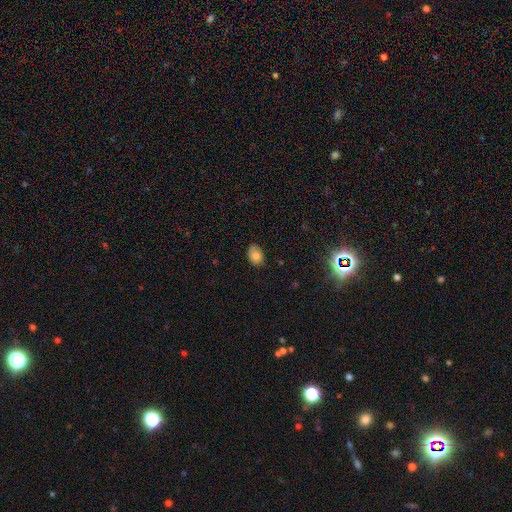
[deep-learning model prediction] Morphology: type=smooth (78%); roundness=in between (81%); merging=none (77%).